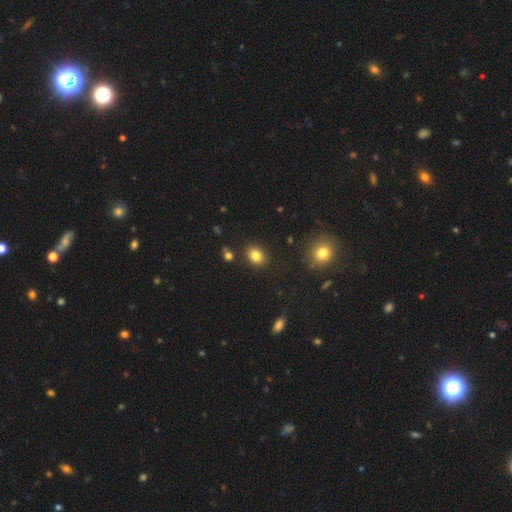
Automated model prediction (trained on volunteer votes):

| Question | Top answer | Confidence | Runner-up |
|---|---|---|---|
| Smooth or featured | smooth | 83% | star or artifact (11%) |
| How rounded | in between | 53% | round (46%) |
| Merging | none | 86% | minor disturbance (9%) |